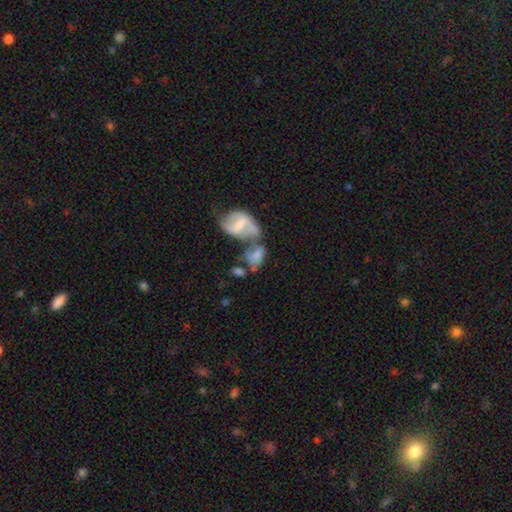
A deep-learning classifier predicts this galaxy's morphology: smooth 50%, featured or disk 41%, star or artifact 9%. Down the decision tree: how rounded — in between (87%); merging — merger (60%).